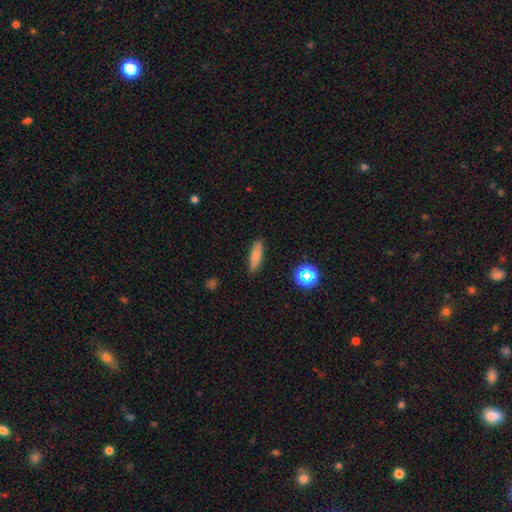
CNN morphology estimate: Overall: smooth (68%). How rounded: cigar-shaped (58%; in between 38%). Merging: none (88%).